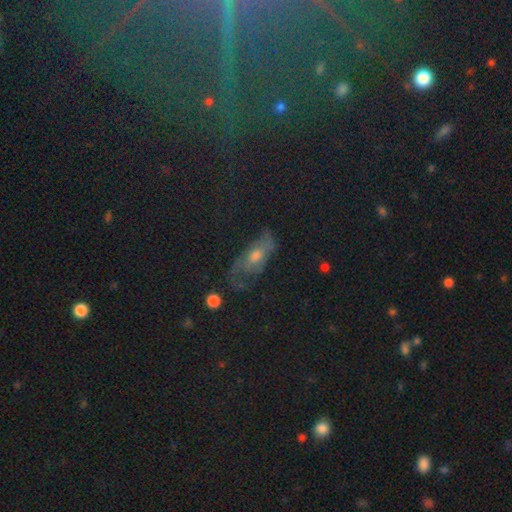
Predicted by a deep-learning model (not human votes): Smooth or featured?
  - featured or disk: 41% *
  - smooth: 35%
  - star or artifact: 25%
Merging?
  - none: 55% *
  - minor disturbance: 25%
  - major disturbance: 17%
  - merger: 3%